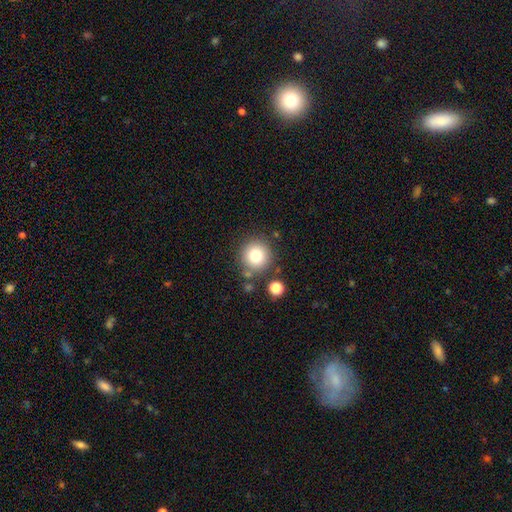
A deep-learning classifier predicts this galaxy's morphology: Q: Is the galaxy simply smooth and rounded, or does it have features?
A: smooth — 78%.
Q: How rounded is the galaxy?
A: round — 94%.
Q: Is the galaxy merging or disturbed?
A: none — 80%.